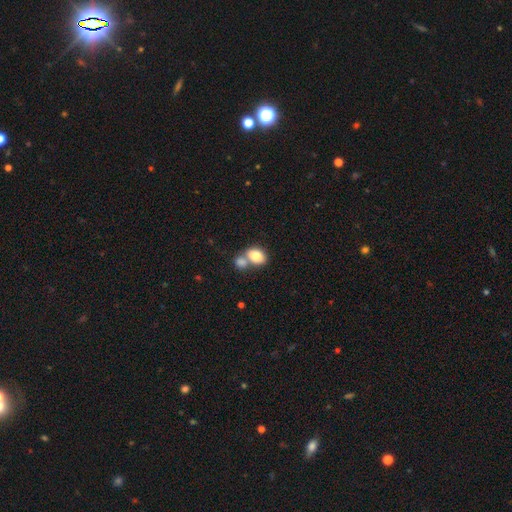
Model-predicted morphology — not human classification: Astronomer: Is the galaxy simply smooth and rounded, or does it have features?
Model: smooth — 81%.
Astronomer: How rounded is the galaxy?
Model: in between — 70%.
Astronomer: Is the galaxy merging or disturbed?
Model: merger — 50% (runner-up: none, 36%).